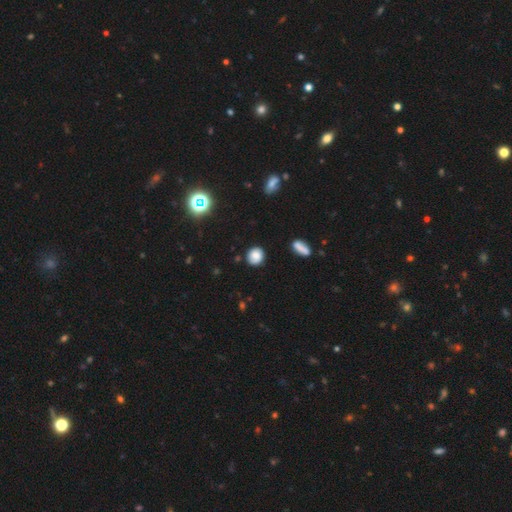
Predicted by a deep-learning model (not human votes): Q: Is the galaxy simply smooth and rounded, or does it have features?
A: smooth — 77%.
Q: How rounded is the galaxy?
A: round — 79%.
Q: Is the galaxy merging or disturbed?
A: none — 82%.